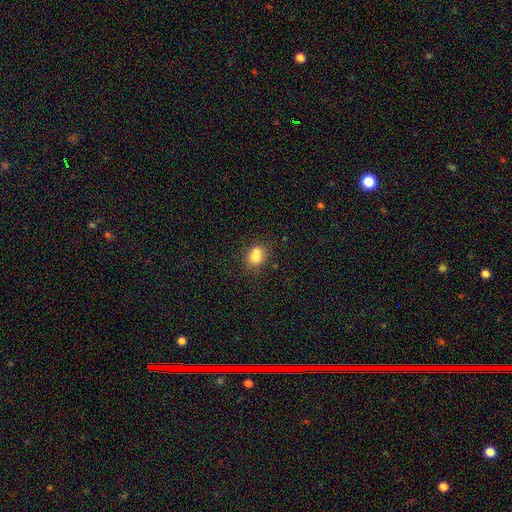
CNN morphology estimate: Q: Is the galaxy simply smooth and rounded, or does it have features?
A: smooth — 78%.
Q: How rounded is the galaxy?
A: in between — 52%.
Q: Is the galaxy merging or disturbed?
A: none — 51%.